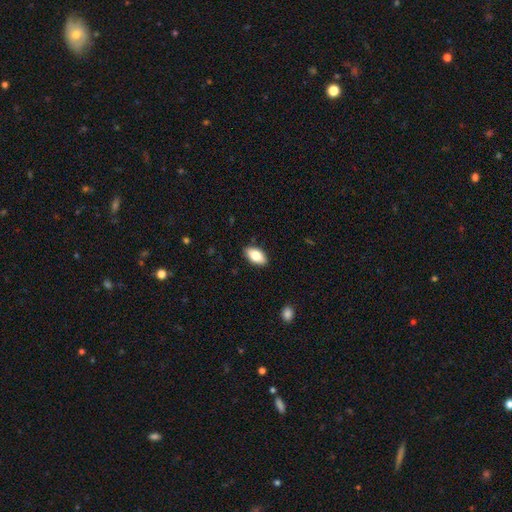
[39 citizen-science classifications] smooth_or_featured: smooth (p=0.82) [alt: featured or disk p=0.15]
how_rounded: in between (p=0.91) [alt: cigar-shaped p=0.09]
merging: none (p=0.92) [alt: minor disturbance p=0.05]